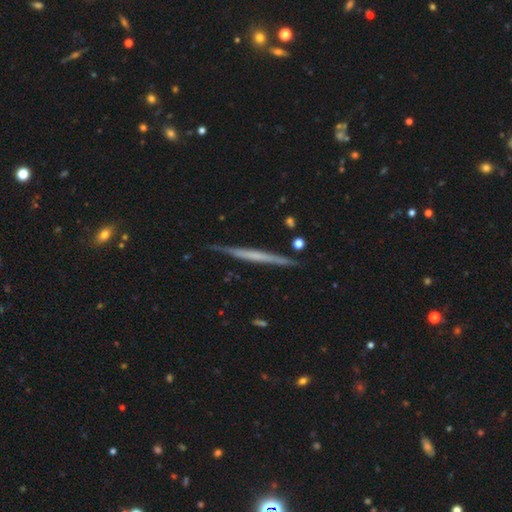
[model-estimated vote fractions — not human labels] This appears to be a featured or disk galaxy (60%) viewed edge-on (97%) with no central bulge (81%). Merging: none (87%).